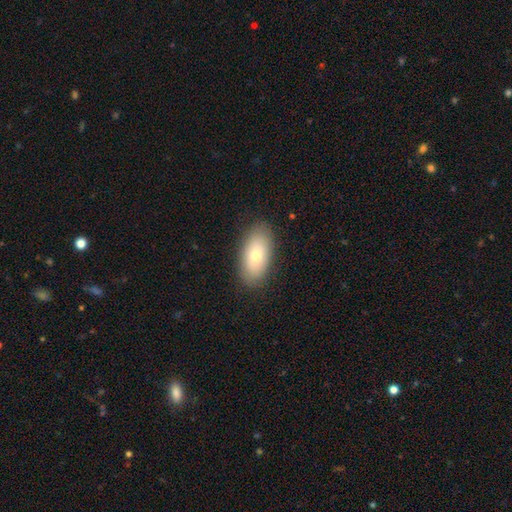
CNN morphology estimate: smooth 74%, featured or disk 19%, star or artifact 7%. Down the decision tree: how rounded — in between (92%); merging — none (87%).